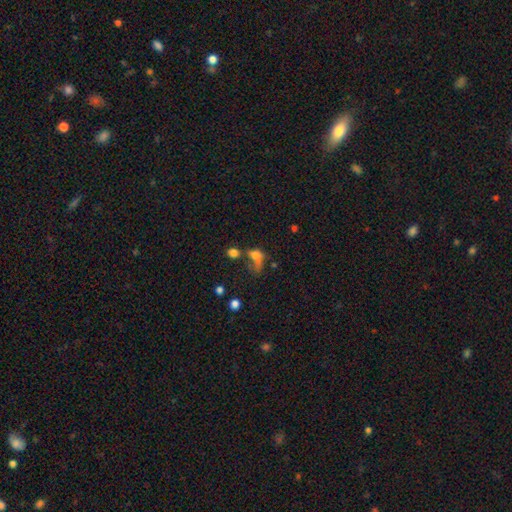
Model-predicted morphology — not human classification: This appears to be a smooth galaxy with no disk features (63%) that is in between round and cigar-shaped (63%). Merging: major disturbance (34%).